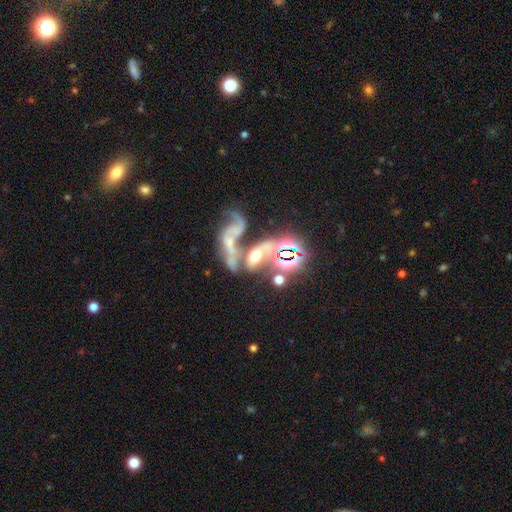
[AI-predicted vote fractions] This appears to be a featured or disk galaxy (48%). Merging: merger (62%).